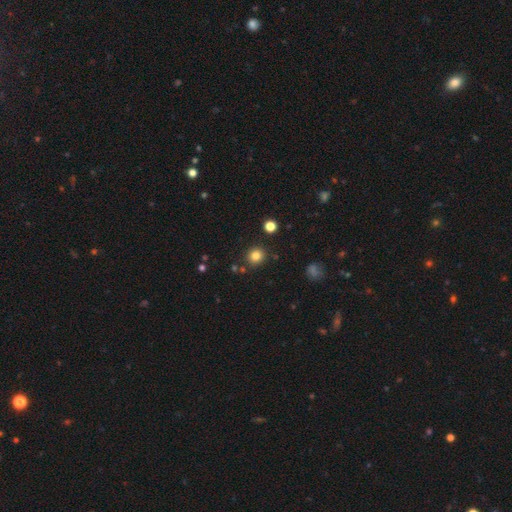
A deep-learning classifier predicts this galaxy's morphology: Overall: smooth (82%). How rounded: round (87%). Merging: none (86%).